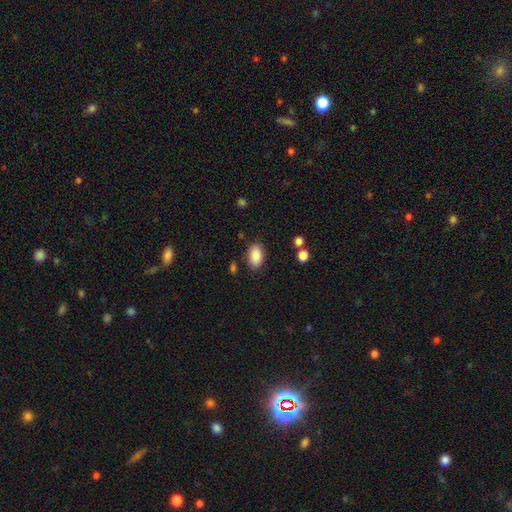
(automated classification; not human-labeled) Smooth or featured? smooth (88%)
How rounded? in between (91%)
Merging? none (84%)